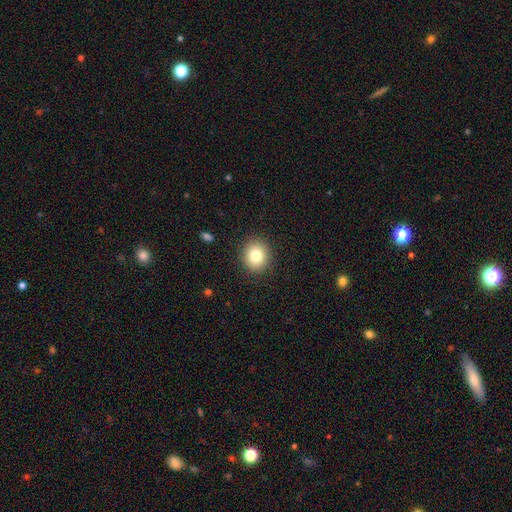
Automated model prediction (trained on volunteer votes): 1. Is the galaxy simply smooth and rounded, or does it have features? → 80% smooth, 11% star or artifact, 9% featured or disk.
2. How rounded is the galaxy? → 78% round, 21% in between, 1% cigar-shaped.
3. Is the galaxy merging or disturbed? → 90% none, 7% minor disturbance, 2% major disturbance, 1% merger.